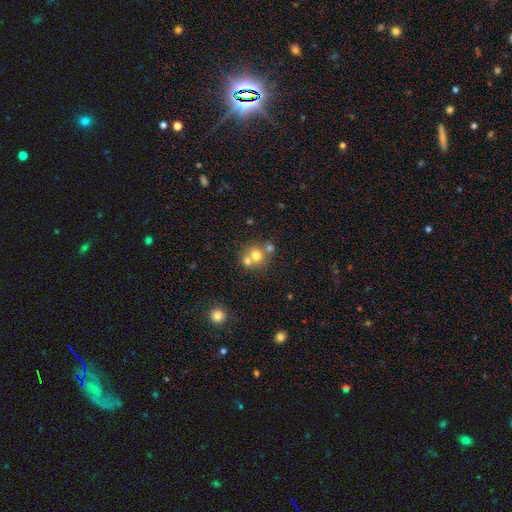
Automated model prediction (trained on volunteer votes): Smooth or featured? Predicted: smooth (p=0.68). How rounded? Predicted: round (p=0.83). Merging? Predicted: merger (p=0.46).